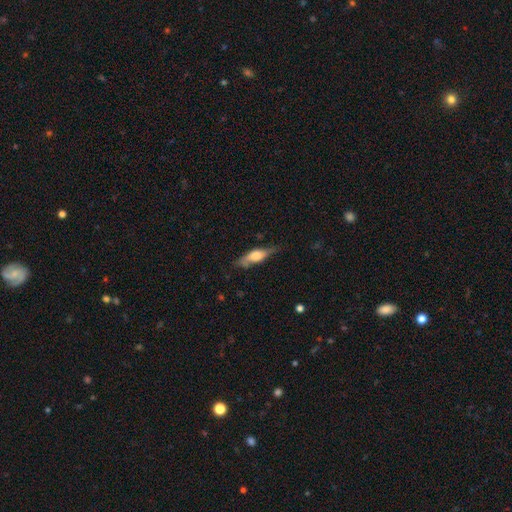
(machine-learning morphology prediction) type=smooth (51%); roundness=cigar-shaped (54%); merging=none (66%).